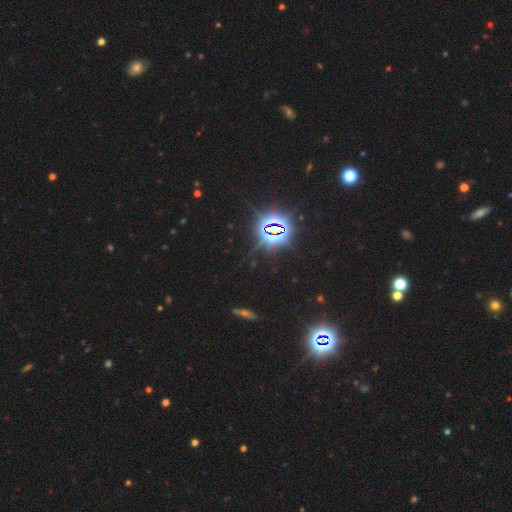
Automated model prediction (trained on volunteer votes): A star or artifact, not a galaxy (83%).